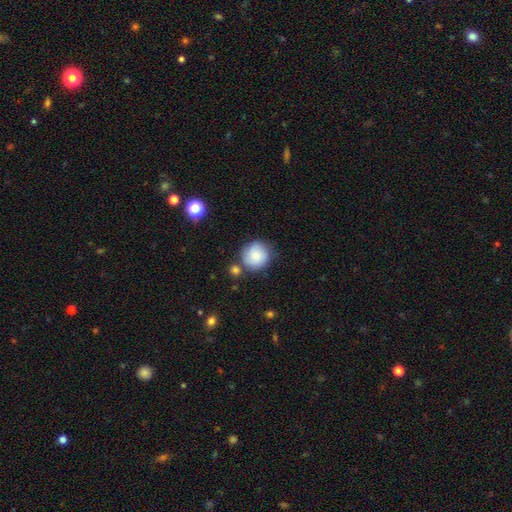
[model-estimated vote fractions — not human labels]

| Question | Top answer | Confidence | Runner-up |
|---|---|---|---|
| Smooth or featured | smooth | 80% | featured or disk (12%) |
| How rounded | round | 90% | in between (9%) |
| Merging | none | 70% | minor disturbance (16%) |